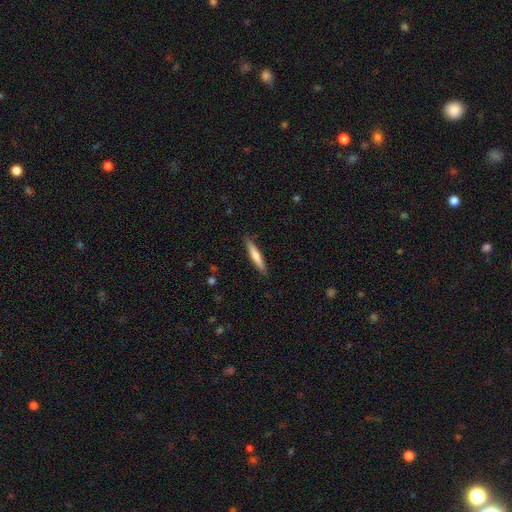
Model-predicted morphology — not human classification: A smooth galaxy with no disk features (63%) that is cigar-shaped (93%). Merging: none (90%).